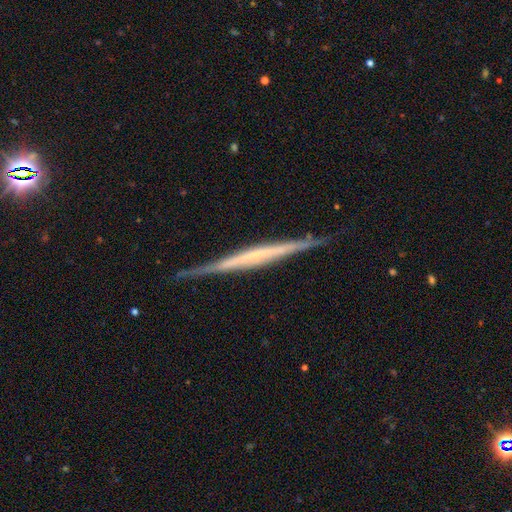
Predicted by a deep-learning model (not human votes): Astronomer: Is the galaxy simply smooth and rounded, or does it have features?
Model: featured or disk — 75%.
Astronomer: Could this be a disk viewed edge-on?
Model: yes — 97%.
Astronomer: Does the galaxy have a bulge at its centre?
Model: none — 70%.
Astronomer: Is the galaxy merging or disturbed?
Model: none — 86%.